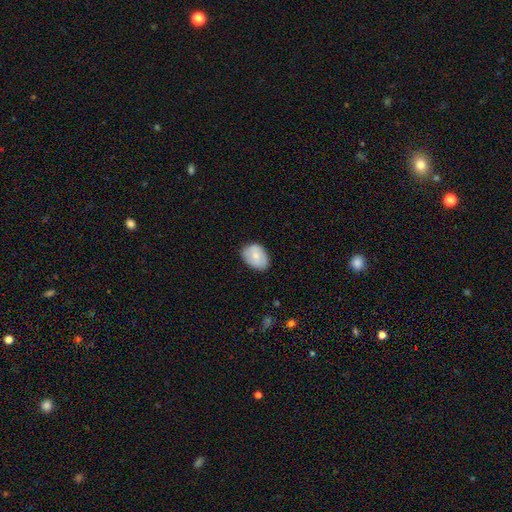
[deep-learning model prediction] Smooth or featured: smooth — 72% (featured or disk — 22%)
How rounded: in between — 79% (round — 20%)
Merging: none — 76% (minor disturbance — 19%)